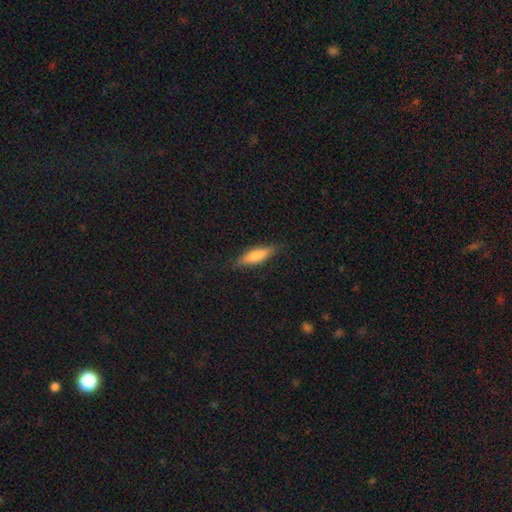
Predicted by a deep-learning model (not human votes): Smooth or featured? smooth (76%)
How rounded? cigar-shaped (58%)
Merging? none (83%)